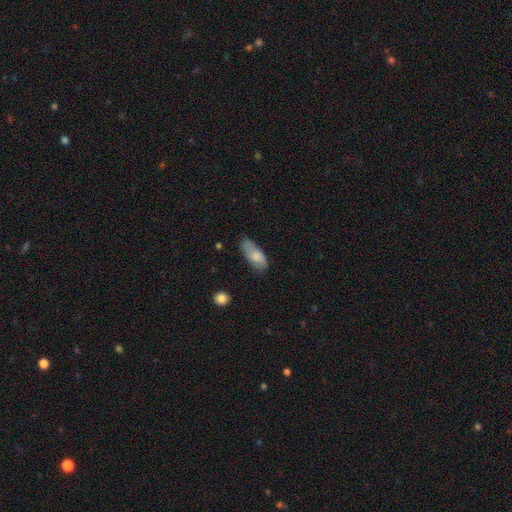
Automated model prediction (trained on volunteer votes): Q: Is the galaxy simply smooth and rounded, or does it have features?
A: smooth — 75%.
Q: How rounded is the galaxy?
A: in between — 82%.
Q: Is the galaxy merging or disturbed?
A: none — 56%.